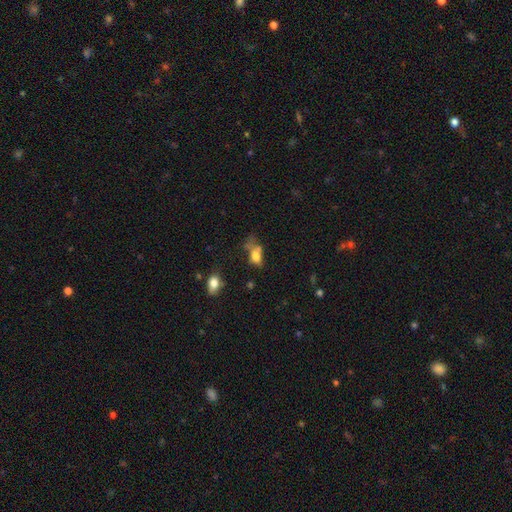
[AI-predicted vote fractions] This appears to be a smooth galaxy with no disk features (70%) that is in between round and cigar-shaped (77%). Merging: none (28%).